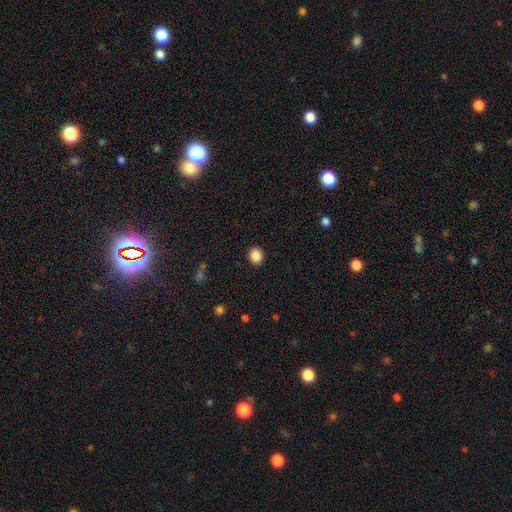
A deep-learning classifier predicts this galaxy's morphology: type=smooth (88%); roundness=round (67%); merging=none (91%).